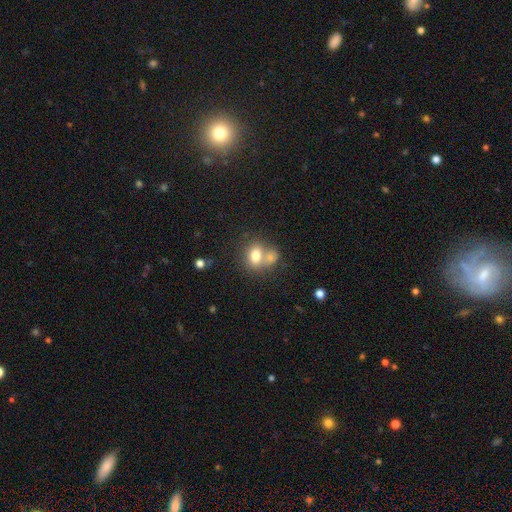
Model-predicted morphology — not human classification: Smooth or featured?
  - smooth: 77% *
  - featured or disk: 14%
  - star or artifact: 9%
How rounded?
  - in between: 61% *
  - round: 38%
  - cigar-shaped: 1%
Merging?
  - merger: 52% *
  - none: 35%
  - minor disturbance: 9%
  - major disturbance: 4%